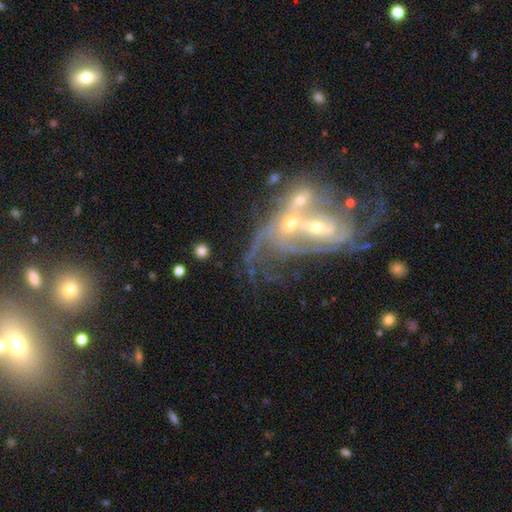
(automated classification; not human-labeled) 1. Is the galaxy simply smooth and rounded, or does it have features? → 78% featured or disk, 11% smooth, 11% star or artifact.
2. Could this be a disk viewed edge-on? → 95% no, 5% yes.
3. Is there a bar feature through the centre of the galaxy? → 54% no, 30% weak, 16% strong.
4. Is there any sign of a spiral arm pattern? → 78% yes, 22% no.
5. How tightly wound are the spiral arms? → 41% loose, 36% medium, 23% tight.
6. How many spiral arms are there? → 39% can't tell, 30% 2, 12% 3, 10% 1, 5% 4, 4% more than 4.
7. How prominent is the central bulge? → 44% moderate, 43% small, 7% none, 4% large, 2% dominant.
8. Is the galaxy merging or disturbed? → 71% merger, 13% major disturbance, 11% none, 5% minor disturbance.